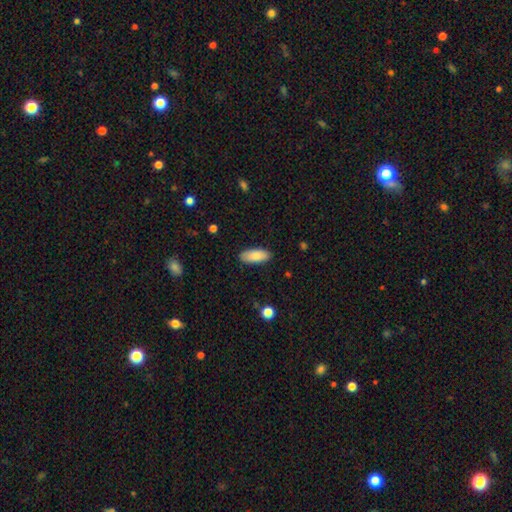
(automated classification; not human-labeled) Smooth or featured?
  - smooth: 86% *
  - featured or disk: 8%
  - star or artifact: 6%
How rounded?
  - in between: 80% *
  - cigar-shaped: 18%
  - round: 2%
Merging?
  - none: 88% *
  - minor disturbance: 9%
  - major disturbance: 2%
  - merger: 1%